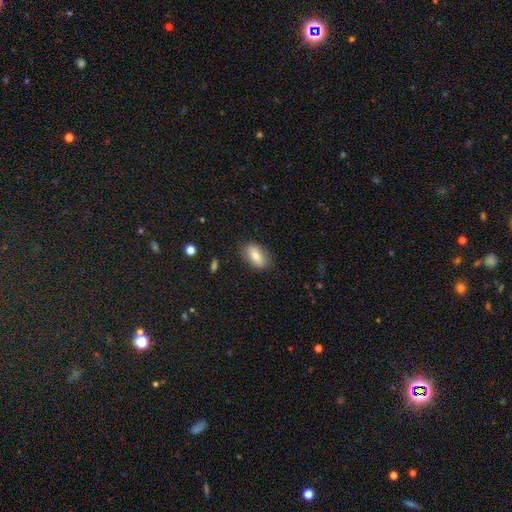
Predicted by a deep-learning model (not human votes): A smooth galaxy with no disk features (78%) that is in between round and cigar-shaped (88%). Merging: none (81%).